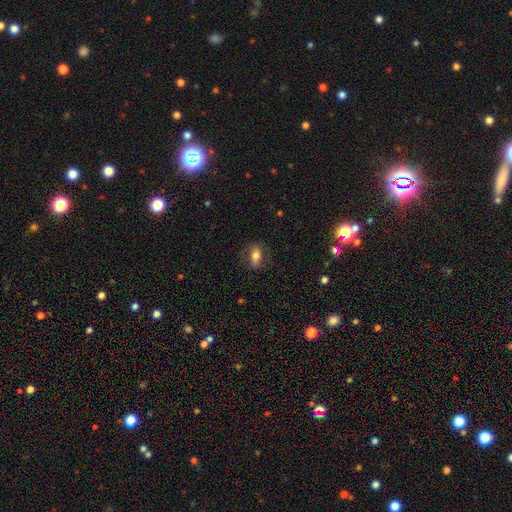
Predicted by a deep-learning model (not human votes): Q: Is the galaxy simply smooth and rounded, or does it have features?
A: smooth — 55%.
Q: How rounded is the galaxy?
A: in between — 79%.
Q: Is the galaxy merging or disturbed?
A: none — 71%.